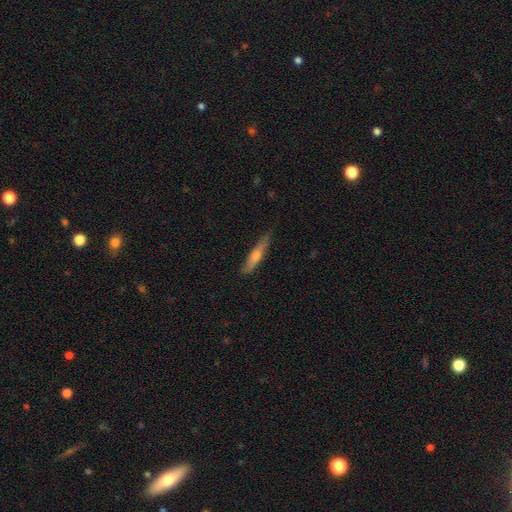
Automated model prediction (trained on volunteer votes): smooth-or-featured: smooth: 55% | featured or disk: 39% | star or artifact: 6%
  how-rounded: cigar-shaped: 87% | in between: 11% | round: 2%
  merging: none: 82% | minor disturbance: 15% | major disturbance: 2% | merger: 1%